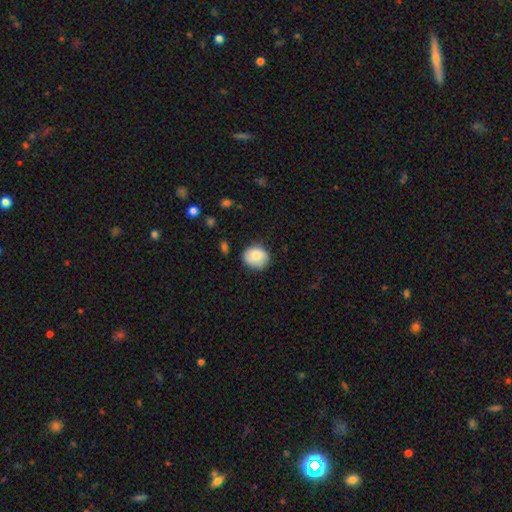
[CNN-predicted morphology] This appears to be a smooth galaxy with no disk features (82%) that is round (71%). Merging: none (77%).